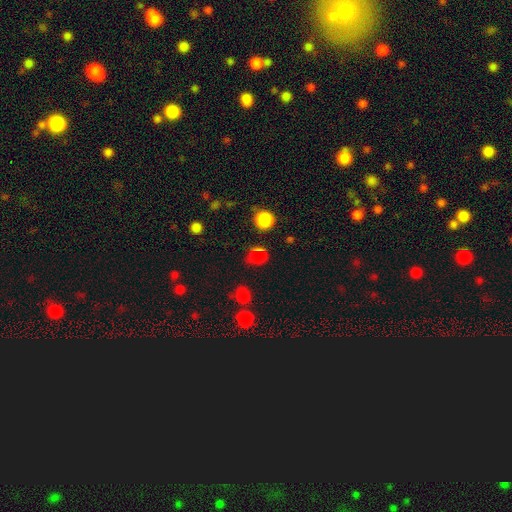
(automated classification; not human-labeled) Morphology: type=smooth (69%); roundness=round (80%); merging=none (72%).